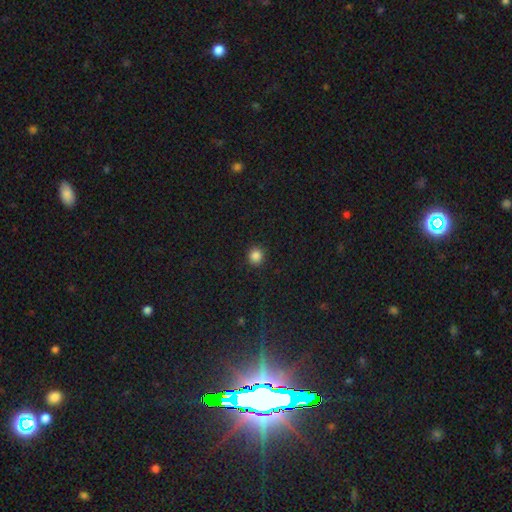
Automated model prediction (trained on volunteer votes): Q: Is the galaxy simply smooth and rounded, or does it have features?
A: smooth — 86%.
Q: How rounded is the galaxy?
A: round — 93%.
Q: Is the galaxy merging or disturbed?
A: none — 92%.